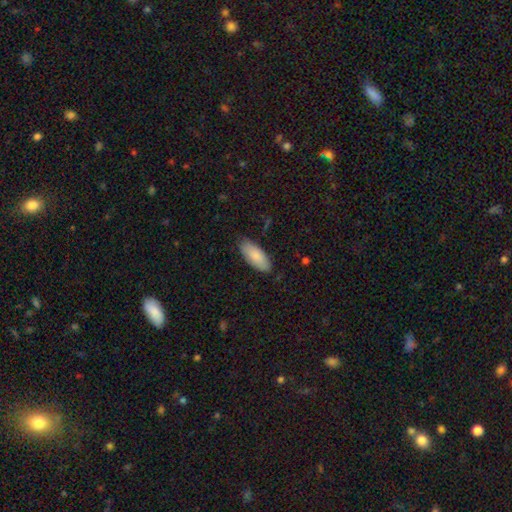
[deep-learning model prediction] Overall: smooth (85%). How rounded: in between (85%). Merging: none (83%).